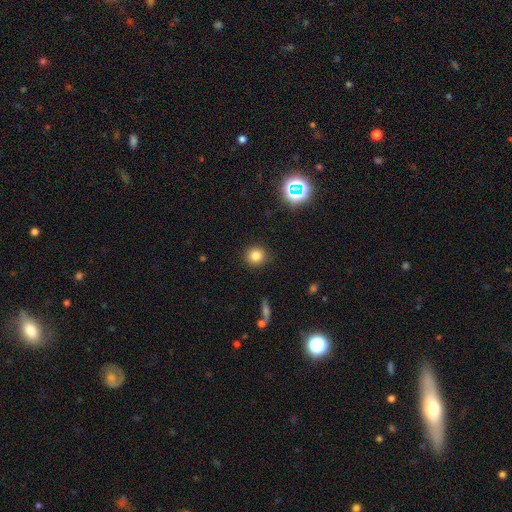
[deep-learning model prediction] smooth_or_featured: smooth (p=0.81) [alt: star or artifact p=0.12]
how_rounded: round (p=0.90) [alt: in between p=0.09]
merging: none (p=0.90) [alt: minor disturbance p=0.06]